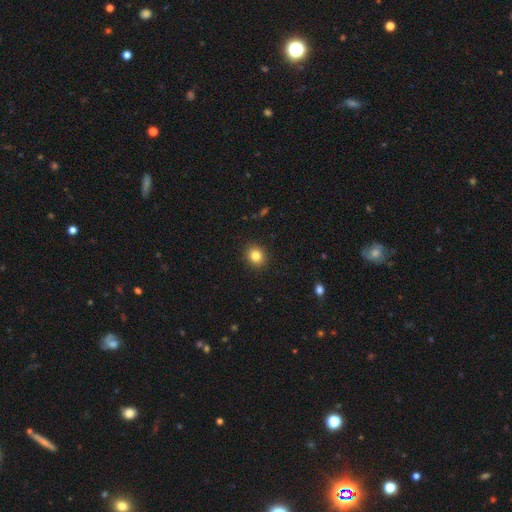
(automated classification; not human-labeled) This is clearly a smooth galaxy (84%). How rounded: likely round (74%). Merging: clearly none (91%).